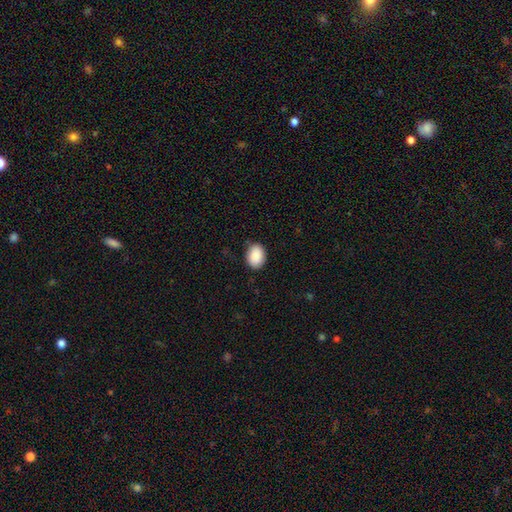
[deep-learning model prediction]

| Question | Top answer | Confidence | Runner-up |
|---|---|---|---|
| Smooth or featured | smooth | 90% | star or artifact (7%) |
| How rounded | in between | 76% | round (23%) |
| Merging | none | 84% | minor disturbance (13%) |